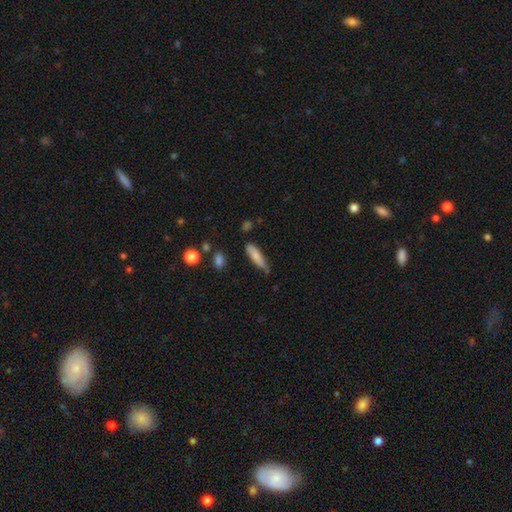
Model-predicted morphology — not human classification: Smooth or featured?
  - smooth: 79% *
  - featured or disk: 15%
  - star or artifact: 7%
How rounded?
  - cigar-shaped: 63% *
  - in between: 35%
  - round: 2%
Merging?
  - none: 59% *
  - minor disturbance: 32%
  - major disturbance: 6%
  - merger: 4%